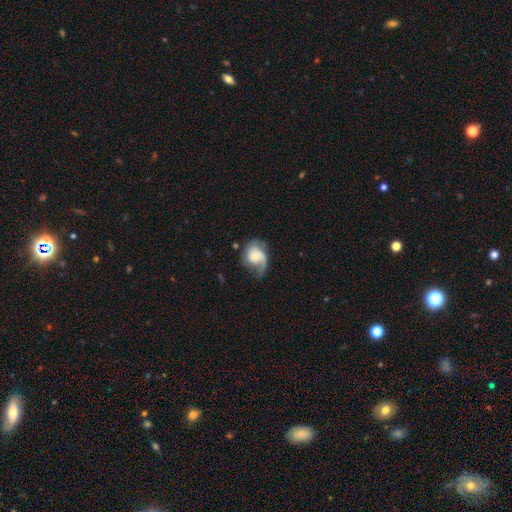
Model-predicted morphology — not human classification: Overall: featured or disk (61%; smooth 32%). Edge-on disk: no (97%). Bar: no (71%). Spiral arms: yes (89%). Spiral arm count: 1 (60%; 2 29%). Spiral winding: loose (38%, tied with medium). Bulge size: small (39%; moderate 28%). Merging: none (40%; major disturbance 29%).